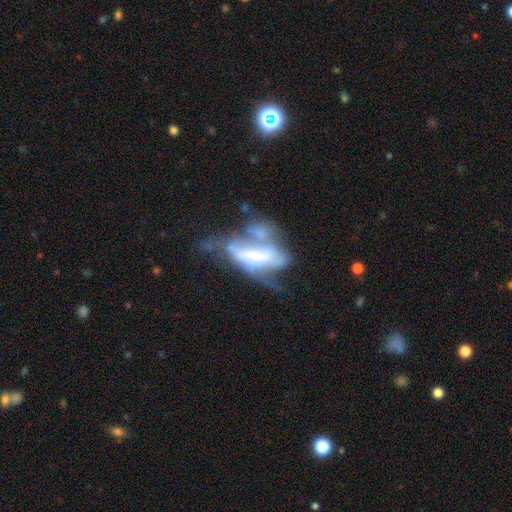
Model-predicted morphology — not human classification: The model was most divided on "merging": merger: 36%, major disturbance: 32%, none: 17%, minor disturbance: 14%. Remaining: edge-on disk — no (86%); smooth or featured — featured or disk (66%); spiral arms — no (57%); bar — no (40%); bulge size — small (32%).